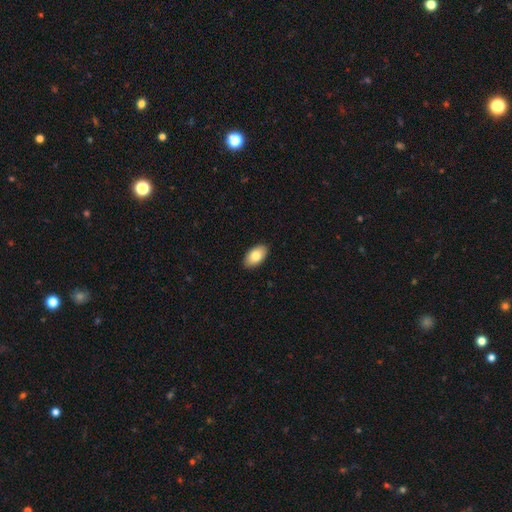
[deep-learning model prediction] smooth-or-featured: smooth: 81% | featured or disk: 13% | star or artifact: 7%
  how-rounded: in between: 94% | round: 4% | cigar-shaped: 2%
  merging: none: 90% | minor disturbance: 8% | major disturbance: 2% | merger: 1%